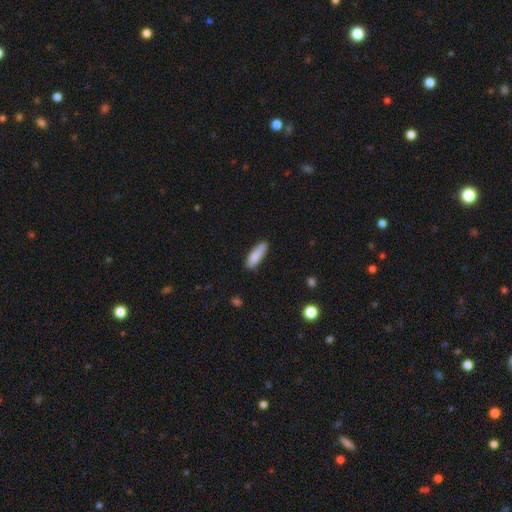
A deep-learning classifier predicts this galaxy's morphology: A smooth galaxy with no disk features (85%) that is cigar-shaped (65%). Merging: none (80%).